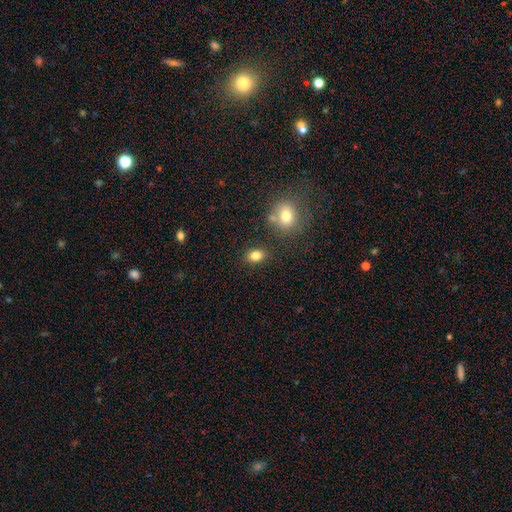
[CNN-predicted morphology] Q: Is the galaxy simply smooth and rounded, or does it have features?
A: smooth — 82%.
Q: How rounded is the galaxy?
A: in between — 73%.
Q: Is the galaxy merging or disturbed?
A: none — 81%.